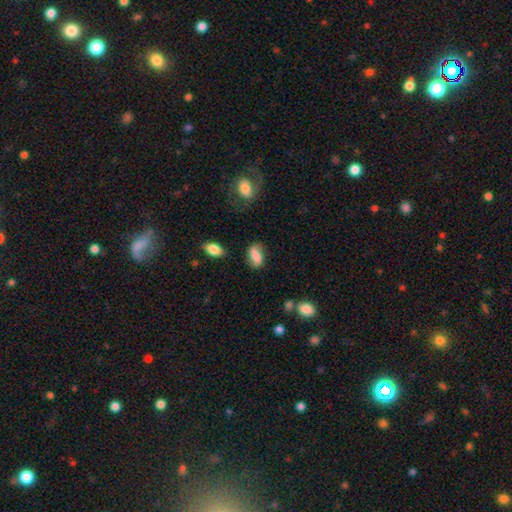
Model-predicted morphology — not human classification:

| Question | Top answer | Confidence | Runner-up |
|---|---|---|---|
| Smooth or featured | smooth | 74% | featured or disk (16%) |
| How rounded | in between | 87% | round (8%) |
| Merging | none | 63% | minor disturbance (24%) |